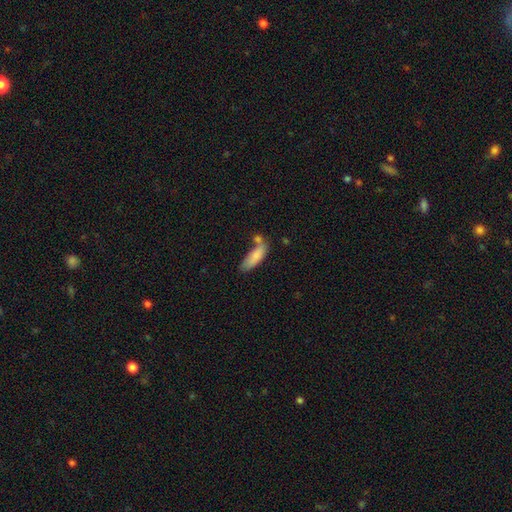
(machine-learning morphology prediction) A smooth galaxy with no disk features (79%) that is in between round and cigar-shaped (55%). Merging: none (46%).